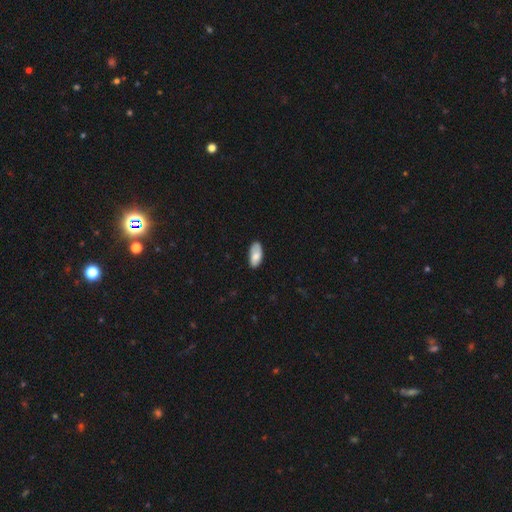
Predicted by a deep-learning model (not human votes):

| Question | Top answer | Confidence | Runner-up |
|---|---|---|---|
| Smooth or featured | smooth | 77% | featured or disk (17%) |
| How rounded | in between | 92% | cigar-shaped (5%) |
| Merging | none | 73% | minor disturbance (22%) |